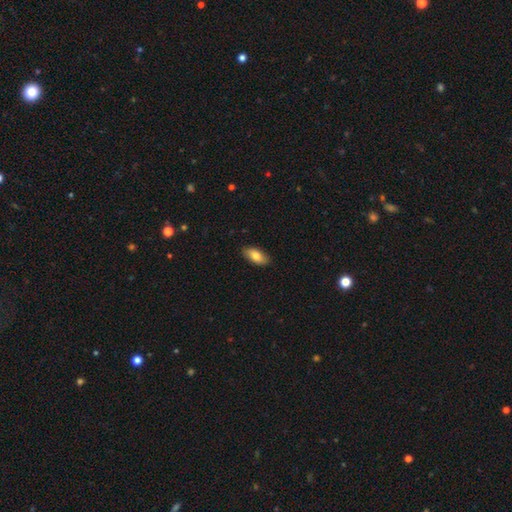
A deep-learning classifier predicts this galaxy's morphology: This is clearly a smooth galaxy (80%). How rounded: clearly in between (88%). Merging: clearly none (88%).